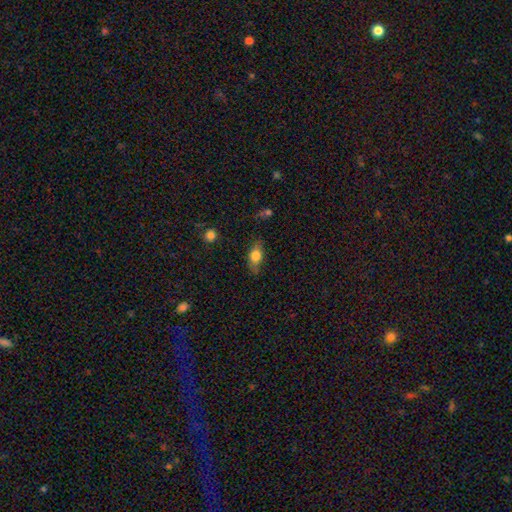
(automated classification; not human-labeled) A smooth galaxy with no disk features (71%) that is in between round and cigar-shaped (76%). Merging: none (71%).